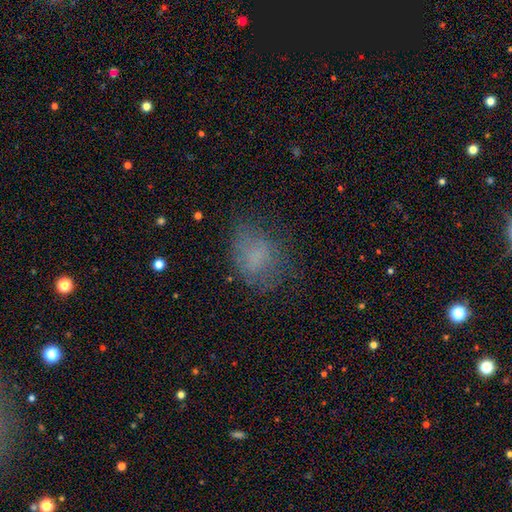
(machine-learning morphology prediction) The model was most divided on "merging": none: 58%, minor disturbance: 24%, major disturbance: 17%, merger: 2%. More confident: how rounded — in between (68%); smooth or featured — smooth (66%).